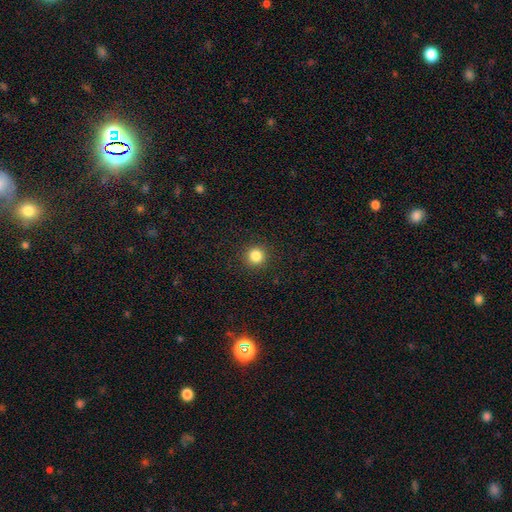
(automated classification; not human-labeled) A smooth galaxy with no disk features (84%) that is round (95%).

Vote fractions:
- Smooth or featured? smooth: 84% / star or artifact: 12% / featured or disk: 4%
- How rounded? round: 95% / in between: 4% / cigar-shaped: 1%
- Merging? none: 92% / minor disturbance: 5% / major disturbance: 2% / merger: 1%